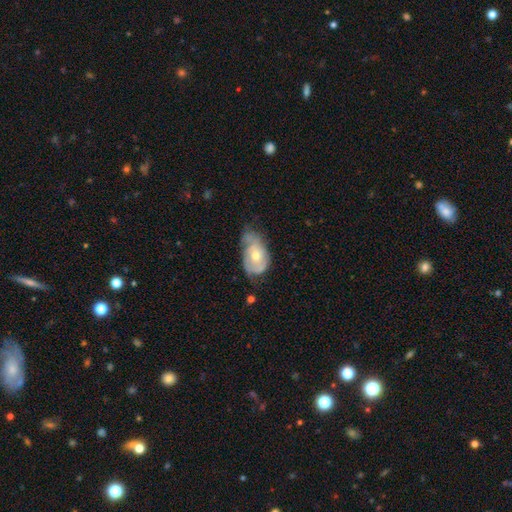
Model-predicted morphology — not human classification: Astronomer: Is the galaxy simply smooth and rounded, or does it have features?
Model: featured or disk — 61%.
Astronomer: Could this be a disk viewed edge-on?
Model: no — 94%.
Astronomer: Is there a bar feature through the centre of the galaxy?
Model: no — 81%.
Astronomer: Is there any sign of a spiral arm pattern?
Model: yes — 67%.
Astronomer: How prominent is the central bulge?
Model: moderate — 64%.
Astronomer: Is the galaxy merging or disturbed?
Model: minor disturbance — 39% (runner-up: none, 37%).